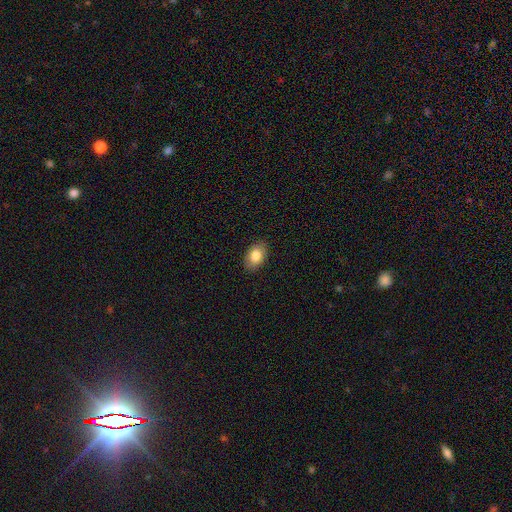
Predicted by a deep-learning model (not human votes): Smooth or featured?
  - smooth: 83% *
  - featured or disk: 10%
  - star or artifact: 7%
How rounded?
  - in between: 88% *
  - round: 10%
  - cigar-shaped: 1%
Merging?
  - none: 88% *
  - minor disturbance: 9%
  - major disturbance: 2%
  - merger: 1%